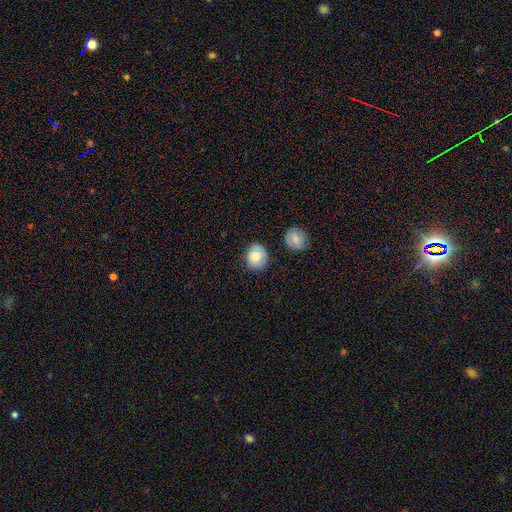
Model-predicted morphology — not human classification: Smooth or featured? smooth (69%)
How rounded? round (81%)
Merging? none (73%)